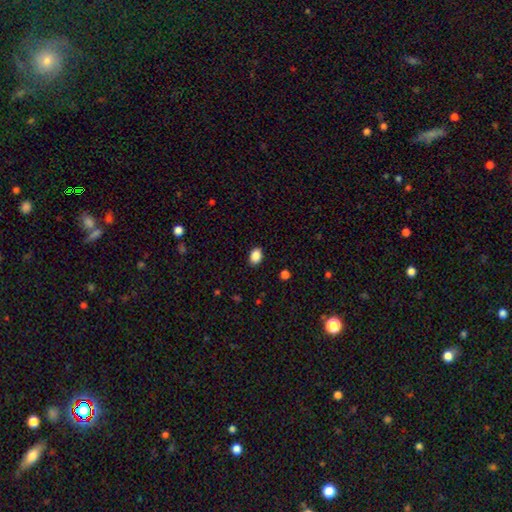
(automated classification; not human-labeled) Q: Smooth or featured?
A: smooth (89%); runner-up: star or artifact (8%)
Q: How rounded?
A: in between (78%); runner-up: round (21%)
Q: Merging?
A: none (88%); runner-up: minor disturbance (9%)